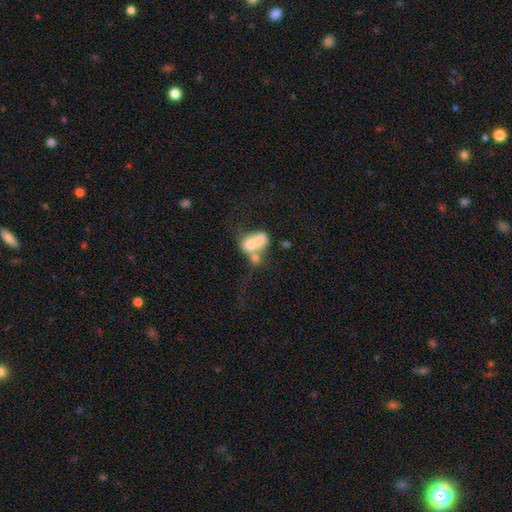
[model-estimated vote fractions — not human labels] Overall: smooth (46%; featured or disk 41%). Merging: merger (66%).